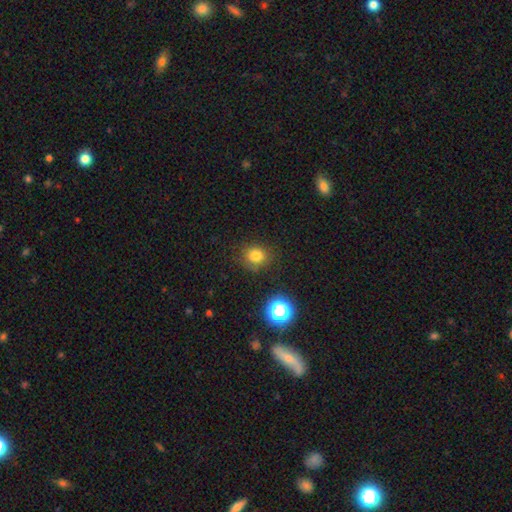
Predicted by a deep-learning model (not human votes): Smooth or featured? Predicted: smooth (p=0.79). How rounded? Predicted: round (p=0.85). Merging? Predicted: none (p=0.85).